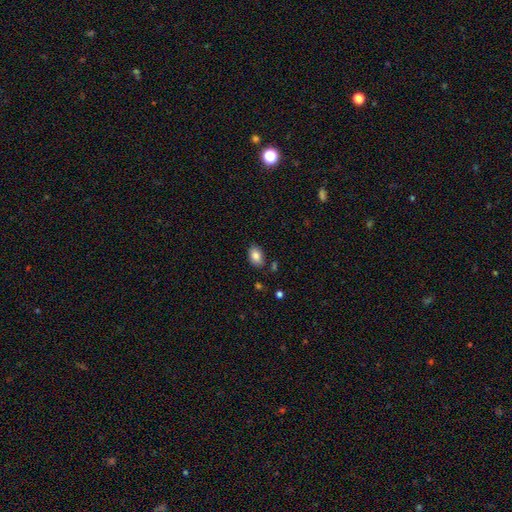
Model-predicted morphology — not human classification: A smooth galaxy with no disk features (84%) that is in between round and cigar-shaped (88%).

Vote fractions:
- Smooth or featured? smooth: 84% / featured or disk: 8% / star or artifact: 8%
- How rounded? in between: 88% / round: 11% / cigar-shaped: 1%
- Merging? none: 82% / minor disturbance: 12% / merger: 3% / major disturbance: 2%